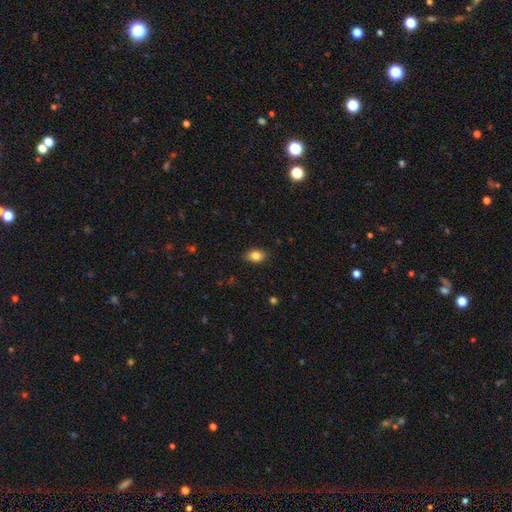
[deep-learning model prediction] smooth_or_featured: smooth (p=0.85) [alt: star or artifact p=0.08]
how_rounded: in between (p=0.83) [alt: round p=0.15]
merging: none (p=0.88) [alt: minor disturbance p=0.09]